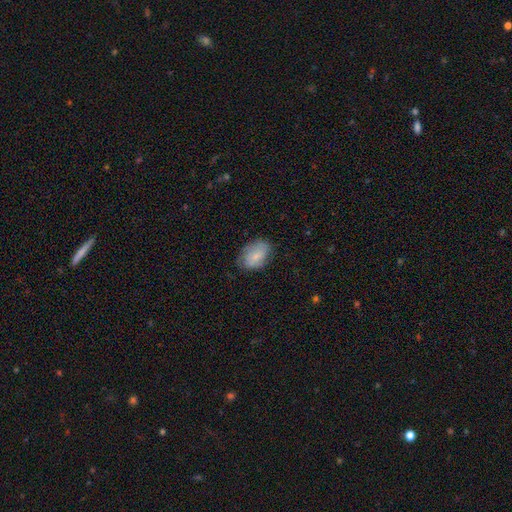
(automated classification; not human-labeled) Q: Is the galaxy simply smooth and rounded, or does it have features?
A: smooth — 73%.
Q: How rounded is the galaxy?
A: in between — 86%.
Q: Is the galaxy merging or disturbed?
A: none — 68%.